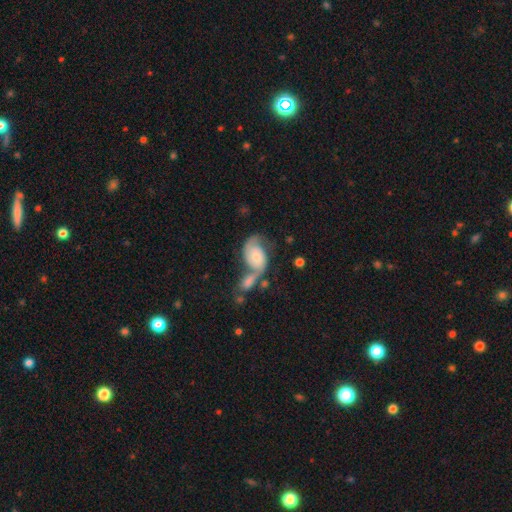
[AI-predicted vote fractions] Smooth or featured: featured or disk — 73% (smooth — 21%)
Edge-on disk: no — 97% (yes — 3%)
Bar: no — 70% (weak — 25%)
Spiral arms: yes — 91% (no — 9%)
Spiral winding: medium — 44% (tight — 29%)
Spiral arm count: 2 — 79% (1 — 10%)
Bulge size: small — 43% (moderate — 37%)
Merging: merger — 44% (none — 26%)